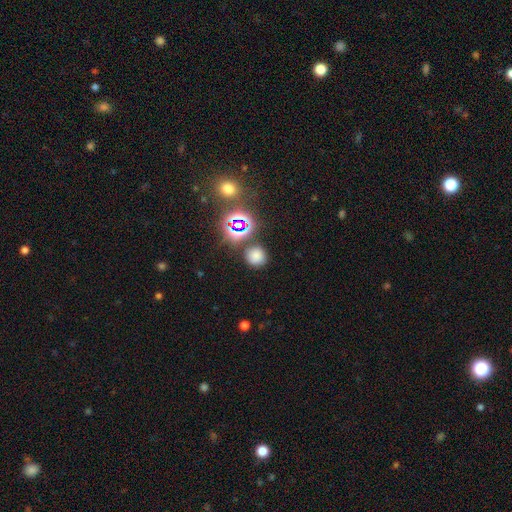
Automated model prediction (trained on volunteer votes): This appears to be a smooth galaxy with no disk features (68%) that is round (88%). Merging: none (82%).